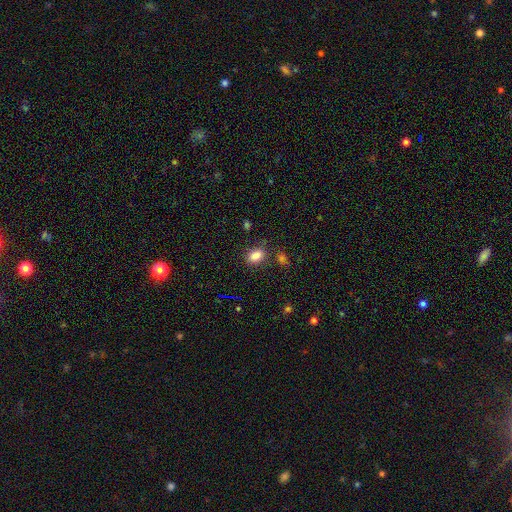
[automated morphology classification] smooth-or-featured: smooth: 84% | star or artifact: 10% | featured or disk: 6%
  how-rounded: in between: 83% | round: 15% | cigar-shaped: 2%
  merging: none: 78% | minor disturbance: 12% | merger: 5% | major disturbance: 4%